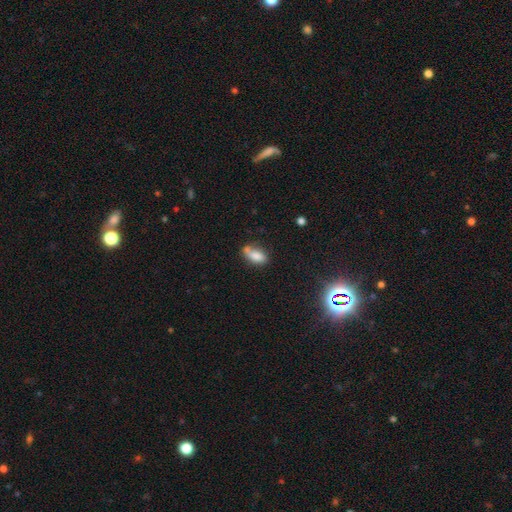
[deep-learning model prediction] Smooth or featured? smooth (77%)
How rounded? in between (85%)
Merging? none (45%)